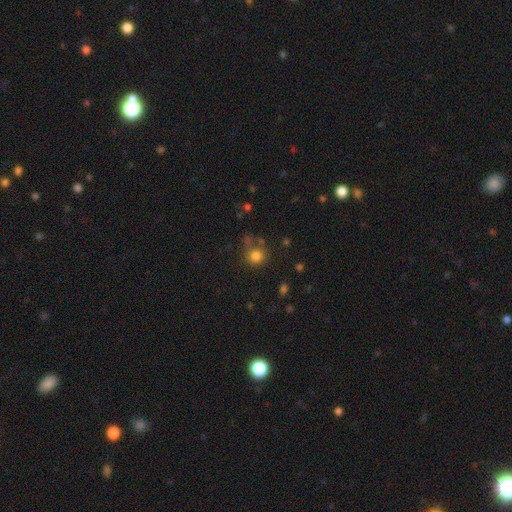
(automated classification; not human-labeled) Morphology: type=smooth (80%); roundness=round (87%); merging=none (60%).